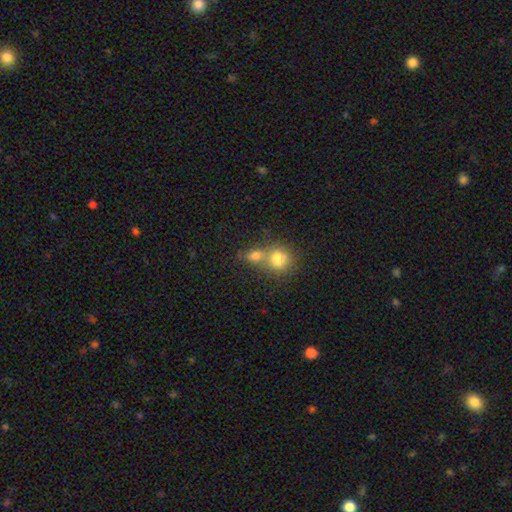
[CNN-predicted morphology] A smooth galaxy with no disk features (76%) that is round (51%). Merging: merger (56%).